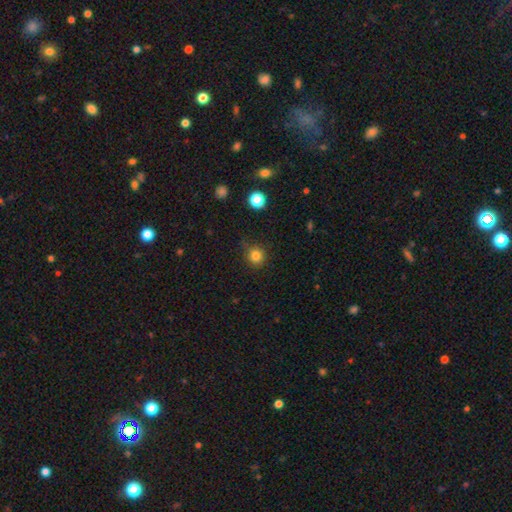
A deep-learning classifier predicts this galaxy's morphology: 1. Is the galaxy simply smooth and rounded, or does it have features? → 82% smooth, 13% star or artifact, 5% featured or disk.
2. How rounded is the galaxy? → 91% round, 8% in between, 1% cigar-shaped.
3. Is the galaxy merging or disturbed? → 81% none, 14% minor disturbance, 3% major disturbance, 2% merger.